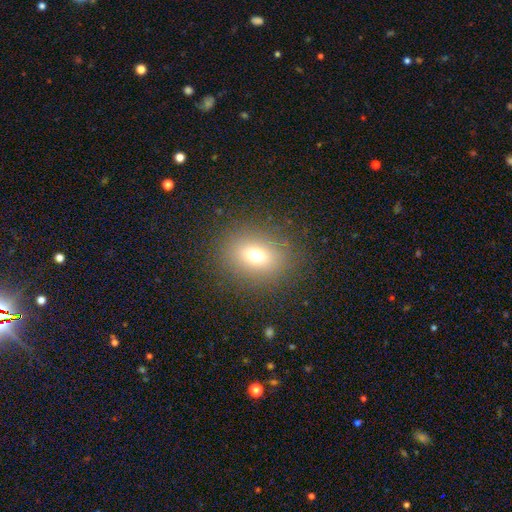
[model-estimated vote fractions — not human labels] smooth_or_featured: smooth (p=0.70) [alt: star or artifact p=0.17]
how_rounded: round (p=0.58) [alt: in between p=0.40]
merging: none (p=0.86) [alt: minor disturbance p=0.08]